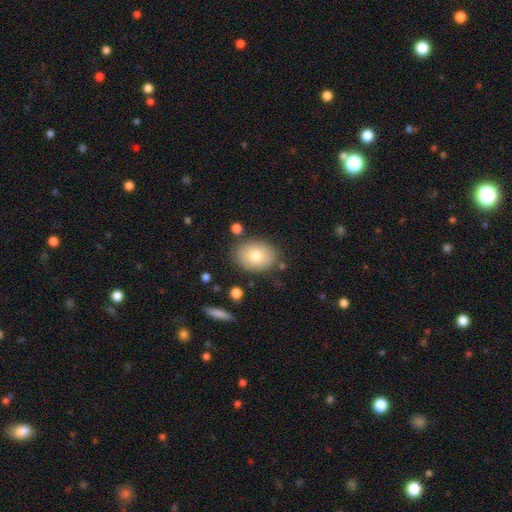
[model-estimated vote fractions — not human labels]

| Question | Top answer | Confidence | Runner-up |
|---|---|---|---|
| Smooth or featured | smooth | 77% | featured or disk (16%) |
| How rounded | in between | 76% | round (23%) |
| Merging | none | 81% | minor disturbance (12%) |